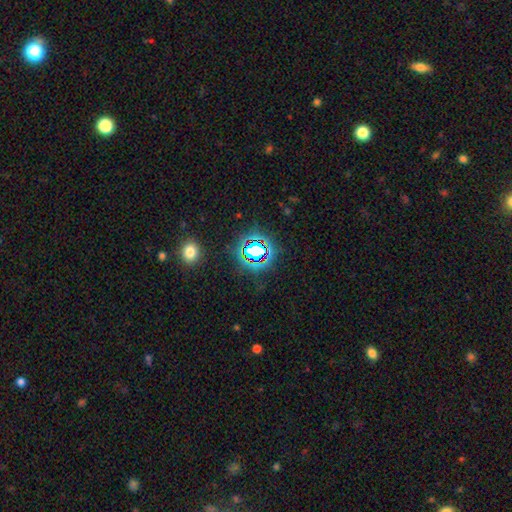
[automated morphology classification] Smooth or featured? star or artifact (71%)